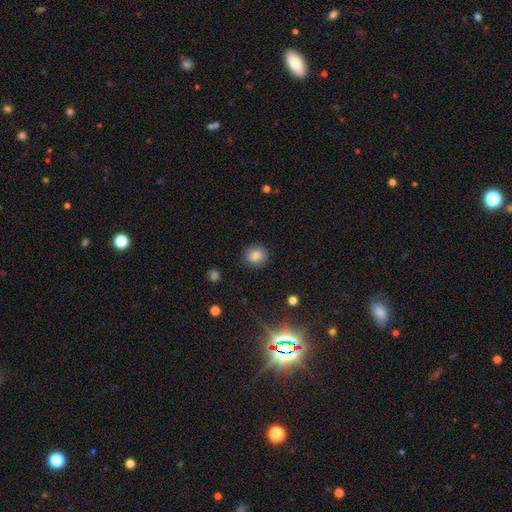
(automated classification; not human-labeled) smooth 84%, star or artifact 11%, featured or disk 5%. Down the decision tree: how rounded — round (87%); merging — none (88%).